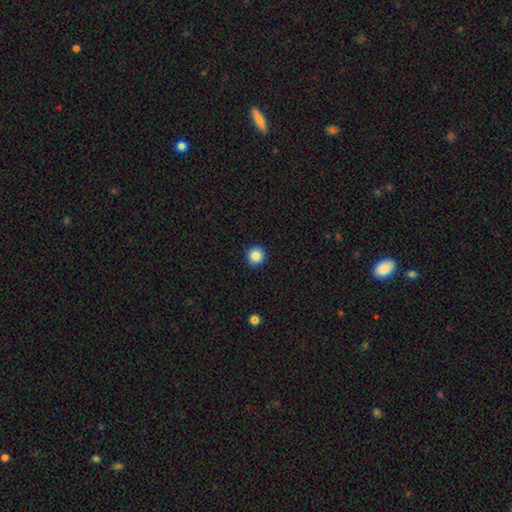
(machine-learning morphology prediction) Overall: smooth (87%). How rounded: round (96%). Merging: none (93%).